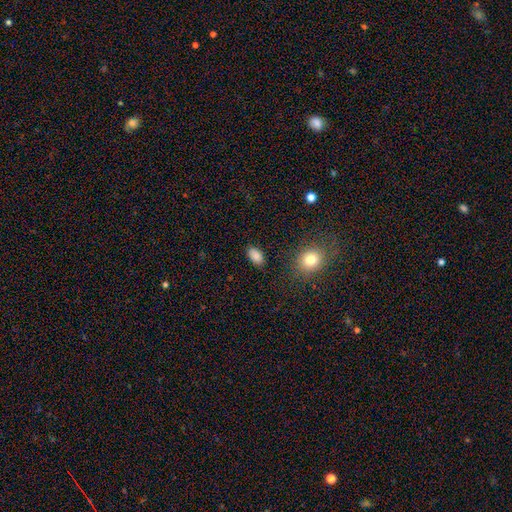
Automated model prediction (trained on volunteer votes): smooth-or-featured: smooth: 86% | star or artifact: 9% | featured or disk: 4%
  how-rounded: in between: 91% | round: 7% | cigar-shaped: 2%
  merging: none: 85% | minor disturbance: 10% | major disturbance: 3% | merger: 2%